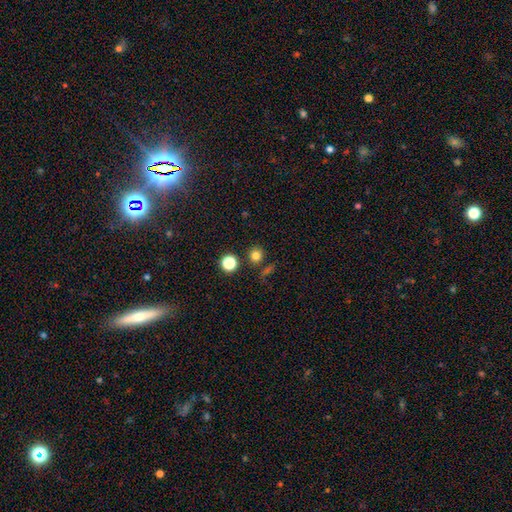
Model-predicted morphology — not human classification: Smooth or featured: smooth — 78% (star or artifact — 16%)
How rounded: round — 90% (in between — 9%)
Merging: none — 83% (minor disturbance — 7%)